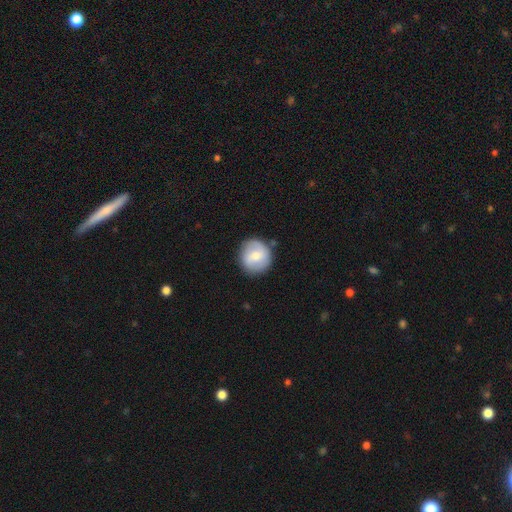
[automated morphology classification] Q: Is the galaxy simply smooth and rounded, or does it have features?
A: smooth — 61%.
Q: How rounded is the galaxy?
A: round — 93%.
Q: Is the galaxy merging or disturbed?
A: none — 83%.